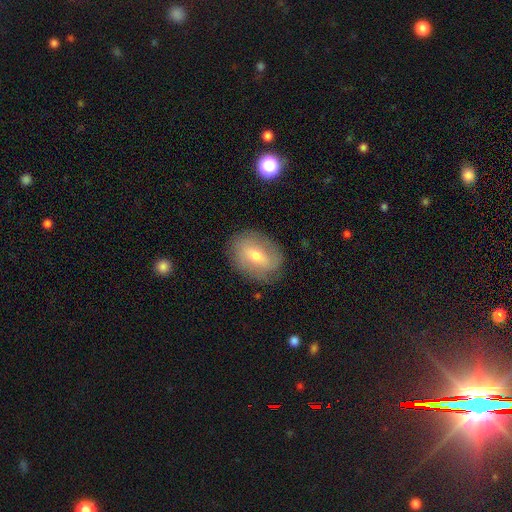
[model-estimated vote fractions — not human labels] A featured or disk galaxy (49%).

Vote fractions:
- Smooth or featured? featured or disk: 49% / smooth: 42% / star or artifact: 9%
- Merging? none: 79% / minor disturbance: 15% / major disturbance: 5% / merger: 1%